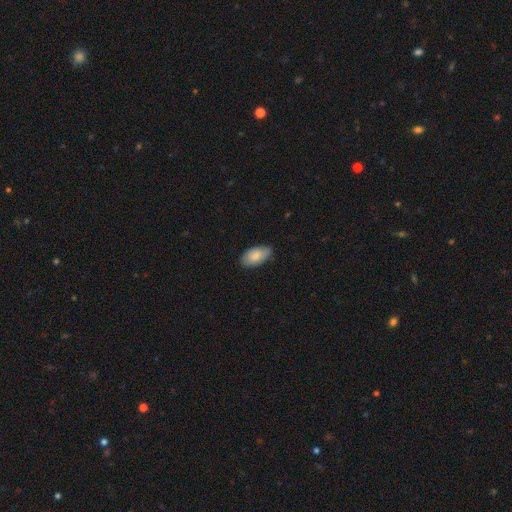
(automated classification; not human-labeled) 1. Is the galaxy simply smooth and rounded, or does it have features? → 84% smooth, 10% featured or disk, 6% star or artifact.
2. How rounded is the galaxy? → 95% in between, 3% round, 2% cigar-shaped.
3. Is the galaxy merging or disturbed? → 77% none, 20% minor disturbance, 3% major disturbance, 1% merger.